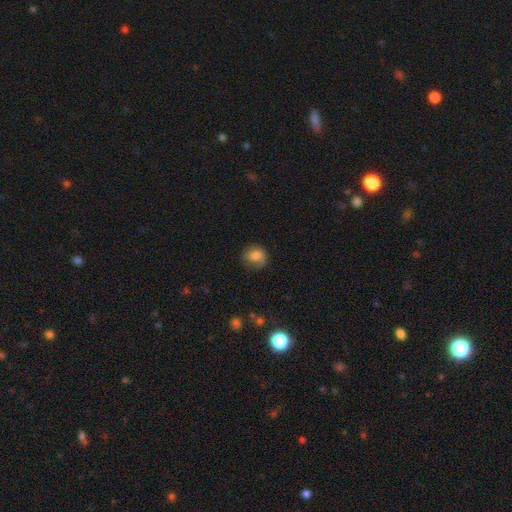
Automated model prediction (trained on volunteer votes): Overall: smooth (63%; featured or disk 27%). How rounded: round (67%; in between 32%). Merging: none (63%; minor disturbance 24%).